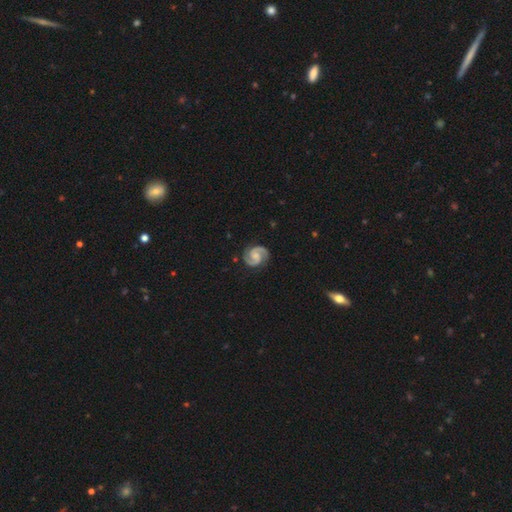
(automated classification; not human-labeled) Smooth or featured? Predicted: featured or disk (p=0.93). Edge-on disk? Predicted: no (p=0.99). Bar? Predicted: no (p=0.49). Spiral arms? Predicted: yes (p=0.99). Spiral winding? Predicted: medium (p=0.51). Spiral arm count? Predicted: 2 (p=0.95). Bulge size? Predicted: moderate (p=0.37, tied with small). Merging? Predicted: none (p=0.86).